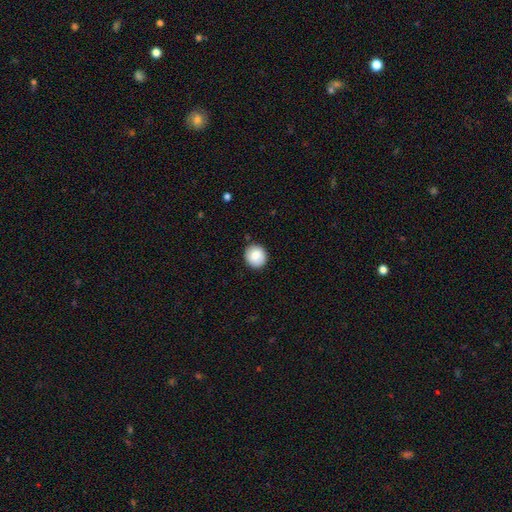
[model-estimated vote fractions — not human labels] A smooth galaxy with no disk features (86%) that is round (89%).

Vote fractions:
- Smooth or featured? smooth: 86% / star or artifact: 7% / featured or disk: 7%
- How rounded? round: 89% / in between: 10% / cigar-shaped: 1%
- Merging? none: 88% / minor disturbance: 8% / major disturbance: 2% / merger: 1%